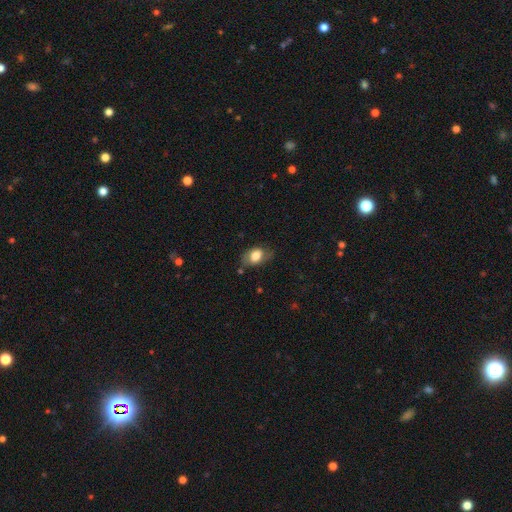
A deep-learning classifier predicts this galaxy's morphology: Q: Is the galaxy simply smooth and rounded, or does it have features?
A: smooth — 73%.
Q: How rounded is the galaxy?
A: in between — 83%.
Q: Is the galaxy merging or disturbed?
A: none — 63%.